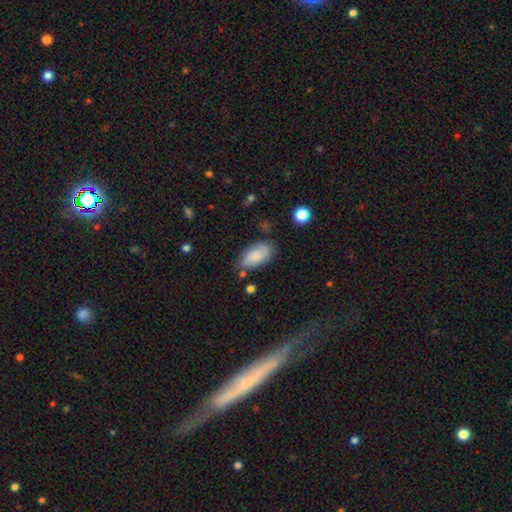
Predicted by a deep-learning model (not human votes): Smooth or featured: smooth — 76% (featured or disk — 17%)
How rounded: in between — 93% (cigar-shaped — 4%)
Merging: none — 69% (minor disturbance — 21%)